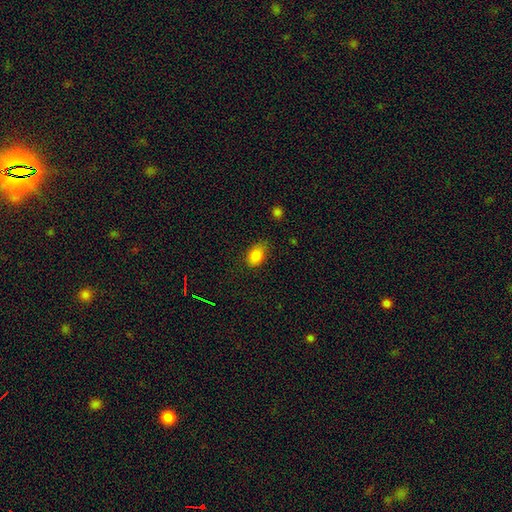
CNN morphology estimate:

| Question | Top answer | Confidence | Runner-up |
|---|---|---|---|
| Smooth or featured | smooth | 83% | star or artifact (10%) |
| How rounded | in between | 81% | round (18%) |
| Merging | none | 70% | minor disturbance (24%) |